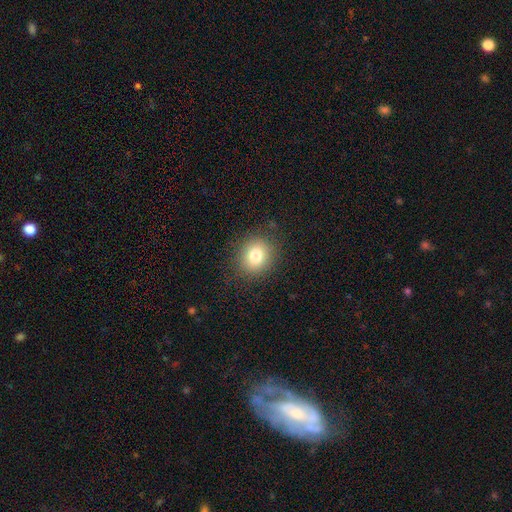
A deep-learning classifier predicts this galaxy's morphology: Overall: smooth (80%). How rounded: round (75%). Merging: none (87%).